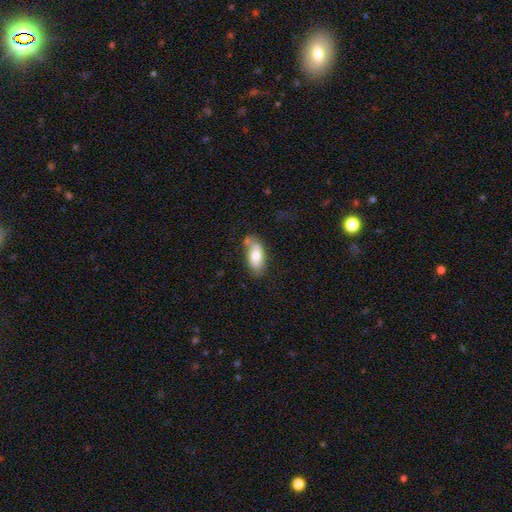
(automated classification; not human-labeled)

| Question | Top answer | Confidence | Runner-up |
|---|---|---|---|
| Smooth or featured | smooth | 69% | featured or disk (24%) |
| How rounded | in between | 89% | cigar-shaped (8%) |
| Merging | none | 66% | minor disturbance (20%) |